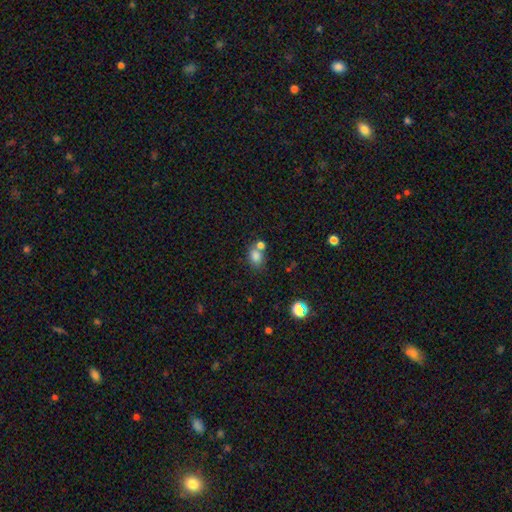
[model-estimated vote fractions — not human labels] Q: Smooth or featured?
A: smooth (79%); runner-up: star or artifact (12%)
Q: How rounded?
A: in between (56%); runner-up: round (42%)
Q: Merging?
A: none (48%); runner-up: merger (37%)